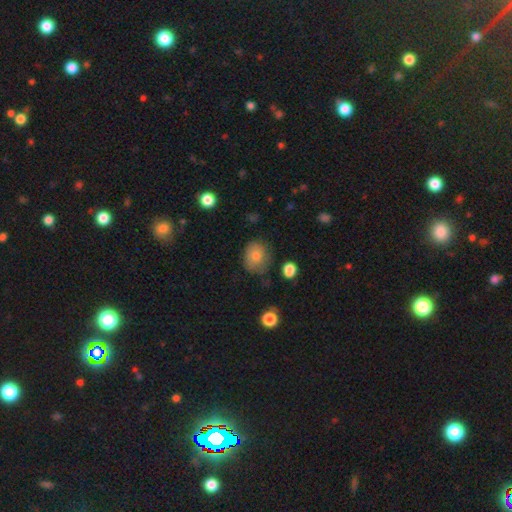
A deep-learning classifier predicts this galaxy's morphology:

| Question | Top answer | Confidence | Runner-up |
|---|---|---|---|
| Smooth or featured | smooth | 74% | featured or disk (16%) |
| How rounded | round | 53% | in between (46%) |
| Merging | none | 70% | minor disturbance (22%) |